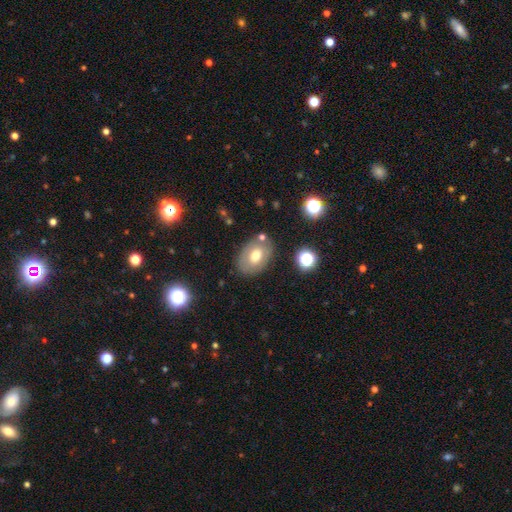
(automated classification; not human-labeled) Smooth or featured: smooth — 61% (featured or disk — 30%)
How rounded: in between — 82% (round — 17%)
Merging: none — 75% (minor disturbance — 15%)